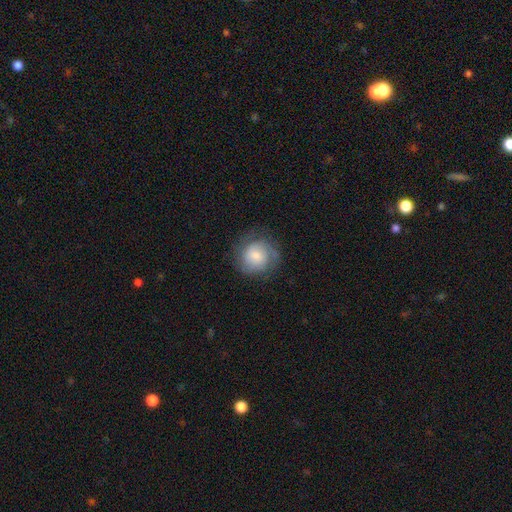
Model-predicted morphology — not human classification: This appears to be a smooth galaxy with no disk features (54%) that is round (86%). Merging: none (71%).